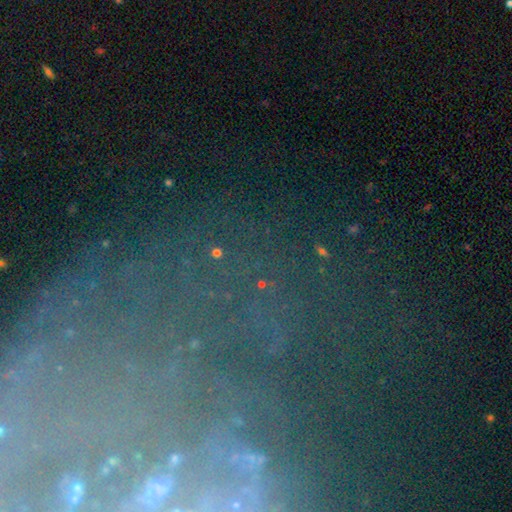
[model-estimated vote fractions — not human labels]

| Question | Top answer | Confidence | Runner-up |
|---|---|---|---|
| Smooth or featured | star or artifact | 52% | featured or disk (31%) |